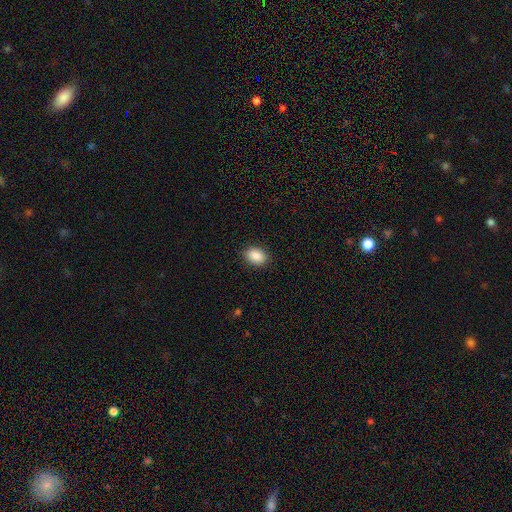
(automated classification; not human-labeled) The model was most divided on "how rounded": in between: 78%, round: 21%, cigar-shaped: 1%. More confident: merging — none (89%); smooth or featured — smooth (87%).